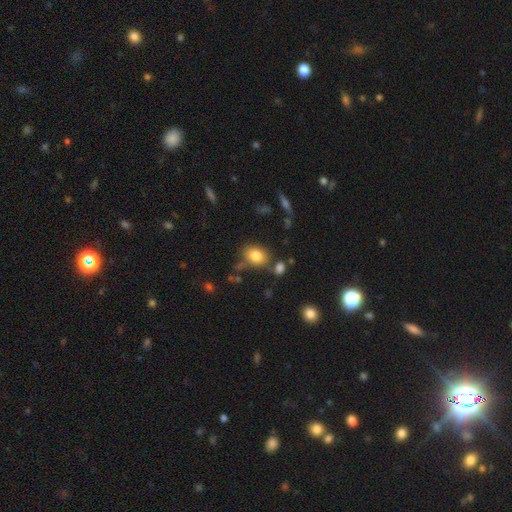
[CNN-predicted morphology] This is clearly a smooth galaxy (81%). How rounded: likely in between (65%). Merging: likely none (67%).